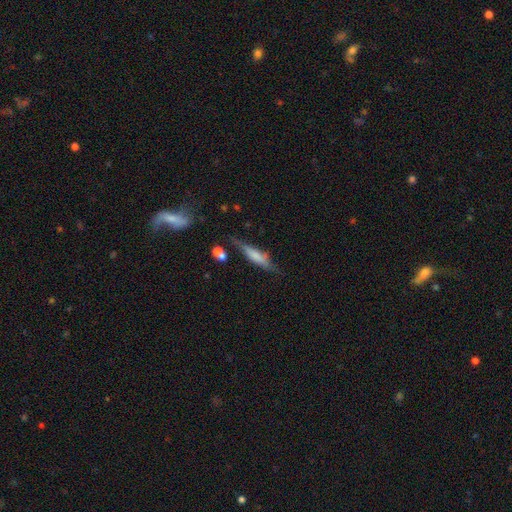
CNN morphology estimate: The model was most divided on "smooth or featured": smooth: 51%, featured or disk: 41%, star or artifact: 8%. More confident: how rounded — cigar-shaped (76%); merging — none (61%).